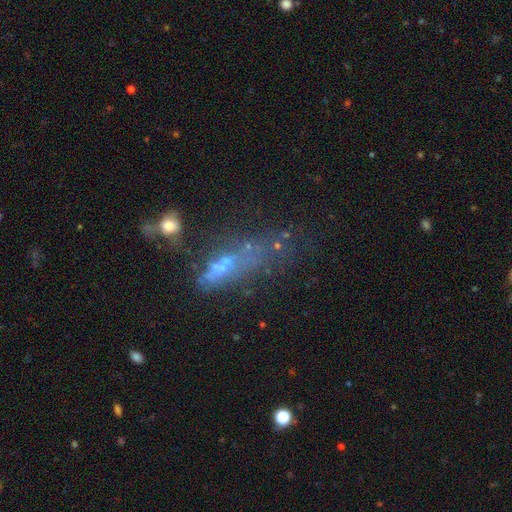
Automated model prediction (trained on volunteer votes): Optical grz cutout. It shows a featured or disk galaxy (39%). Merging: major disturbance (32%).